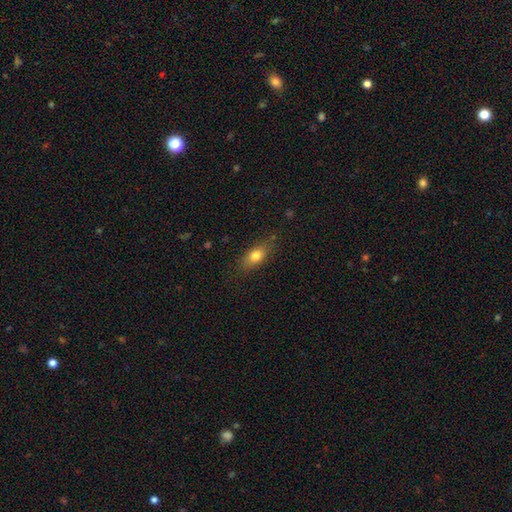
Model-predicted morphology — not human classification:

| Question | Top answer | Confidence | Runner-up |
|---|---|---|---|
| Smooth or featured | smooth | 76% | featured or disk (16%) |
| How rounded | in between | 78% | cigar-shaped (14%) |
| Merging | none | 77% | minor disturbance (17%) |